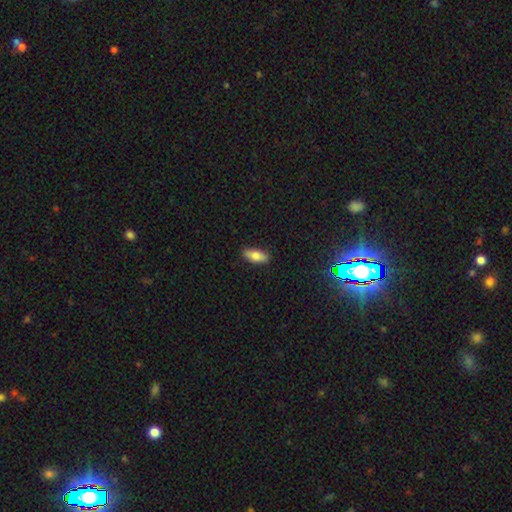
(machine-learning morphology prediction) A smooth galaxy with no disk features (77%) that is in between round and cigar-shaped (80%).

Vote fractions:
- Smooth or featured? smooth: 77% / featured or disk: 16% / star or artifact: 7%
- How rounded? in between: 80% / cigar-shaped: 18% / round: 3%
- Merging? none: 88% / minor disturbance: 9% / major disturbance: 2% / merger: 1%